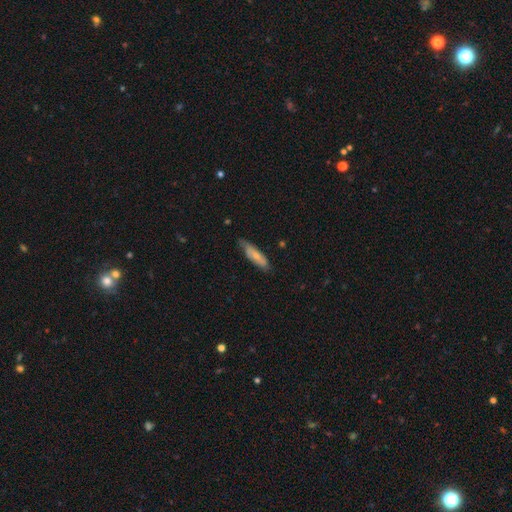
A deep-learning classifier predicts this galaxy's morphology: This appears to be a smooth galaxy with no disk features (59%) that is cigar-shaped (59%). Merging: none (67%).